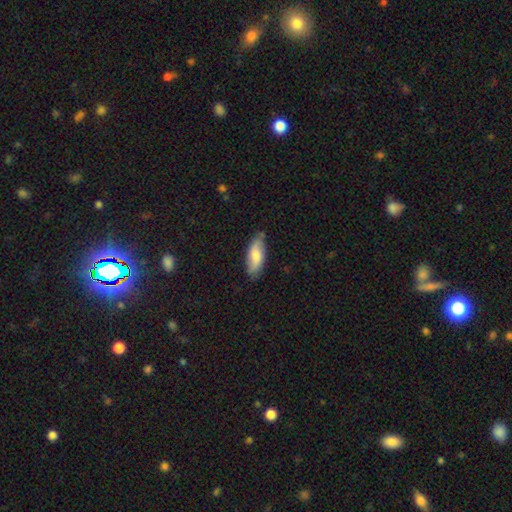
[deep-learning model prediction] Smooth or featured? smooth (72%)
How rounded? in between (78%)
Merging? none (76%)